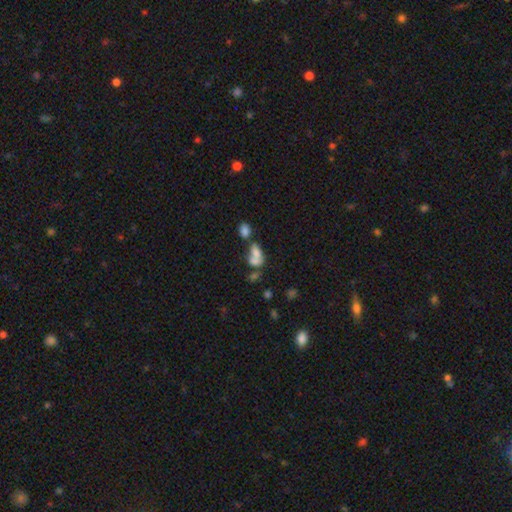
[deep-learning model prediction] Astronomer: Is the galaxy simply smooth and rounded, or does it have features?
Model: smooth — 66%.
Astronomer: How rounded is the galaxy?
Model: in between — 81%.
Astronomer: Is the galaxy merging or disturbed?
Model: merger — 61%.